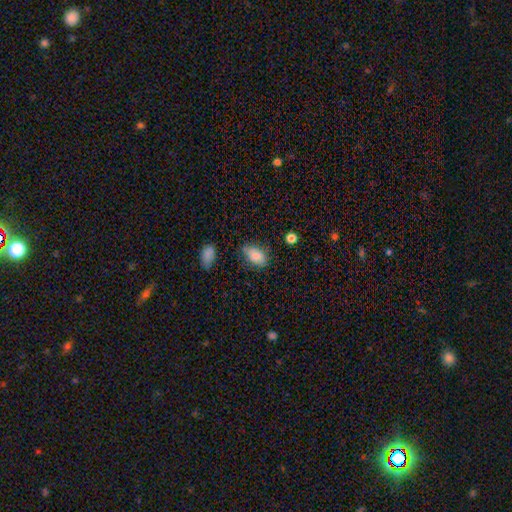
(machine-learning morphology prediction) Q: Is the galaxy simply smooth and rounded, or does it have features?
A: smooth — 81%.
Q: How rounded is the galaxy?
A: in between — 88%.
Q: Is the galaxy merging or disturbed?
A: none — 65%.